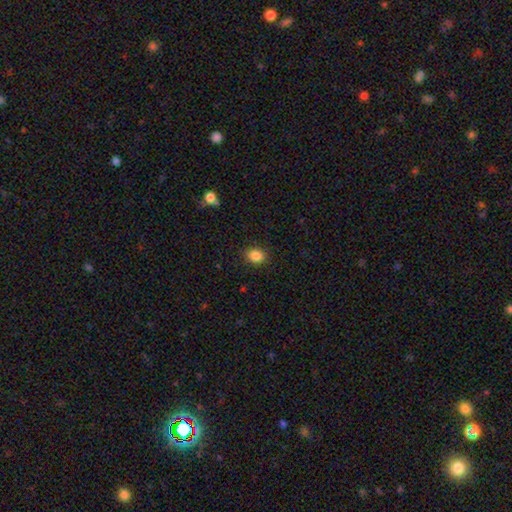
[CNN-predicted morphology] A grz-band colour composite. It shows a smooth galaxy with no disk features (86%) that is in between round and cigar-shaped (50%). Merging: none (87%).